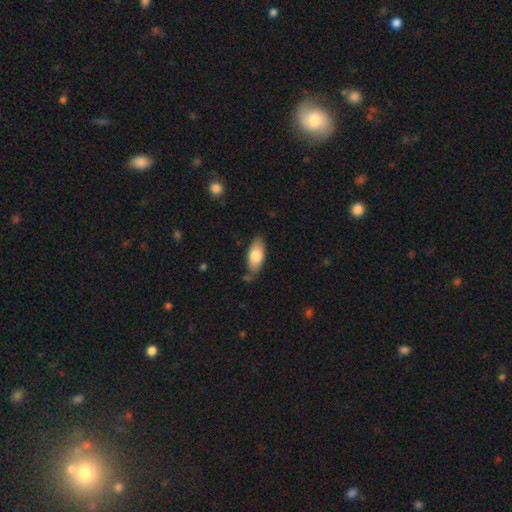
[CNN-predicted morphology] smooth-or-featured: smooth: 76% | featured or disk: 19% | star or artifact: 6%
  how-rounded: in between: 86% | cigar-shaped: 12% | round: 3%
  merging: none: 69% | minor disturbance: 23% | major disturbance: 5% | merger: 3%